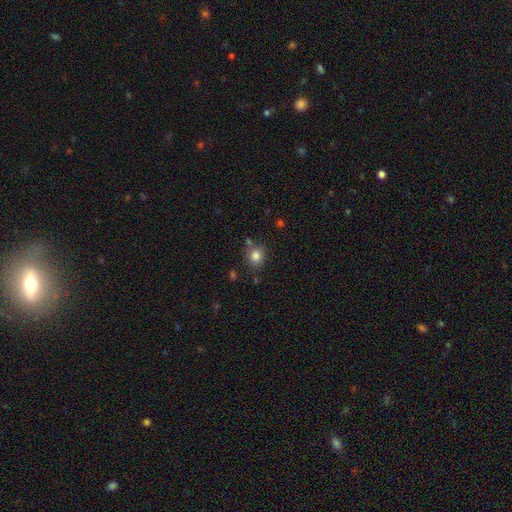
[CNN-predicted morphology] The model was most divided on "how rounded": round: 76%, in between: 23%, cigar-shaped: 1%. More confident: smooth or featured — smooth (83%); merging — none (74%).